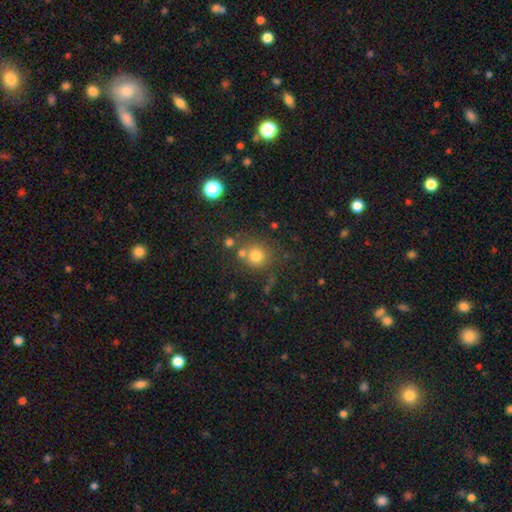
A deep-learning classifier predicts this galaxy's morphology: Smooth or featured?
  - smooth: 74% *
  - star or artifact: 15%
  - featured or disk: 10%
How rounded?
  - round: 88% *
  - in between: 11%
  - cigar-shaped: 1%
Merging?
  - none: 65% *
  - merger: 19%
  - minor disturbance: 11%
  - major disturbance: 5%